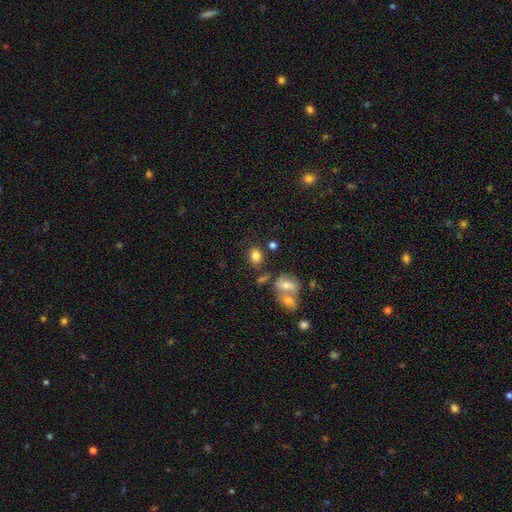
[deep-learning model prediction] smooth_or_featured: smooth (p=0.81) [alt: star or artifact p=0.11]
how_rounded: in between (p=0.52) [alt: round p=0.47]
merging: none (p=0.71) [alt: merger p=0.13]